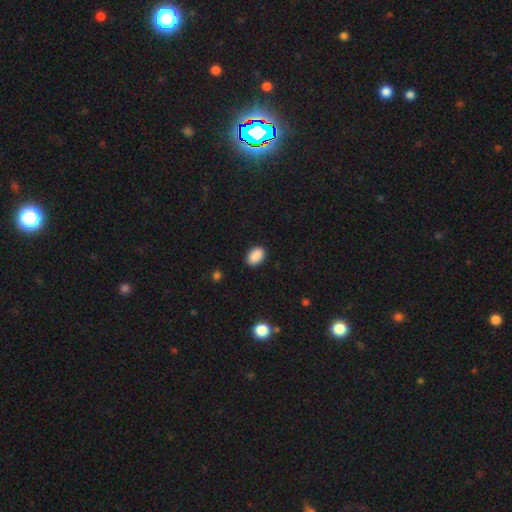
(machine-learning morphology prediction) Smooth or featured?
  - smooth: 90% *
  - star or artifact: 8%
  - featured or disk: 2%
How rounded?
  - in between: 87% *
  - round: 12%
  - cigar-shaped: 1%
Merging?
  - none: 89% *
  - minor disturbance: 8%
  - major disturbance: 2%
  - merger: 1%